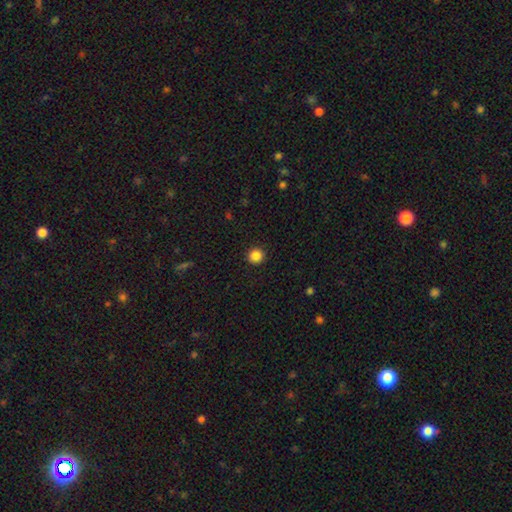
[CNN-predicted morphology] Smooth or featured? smooth (86%)
How rounded? round (95%)
Merging? none (93%)